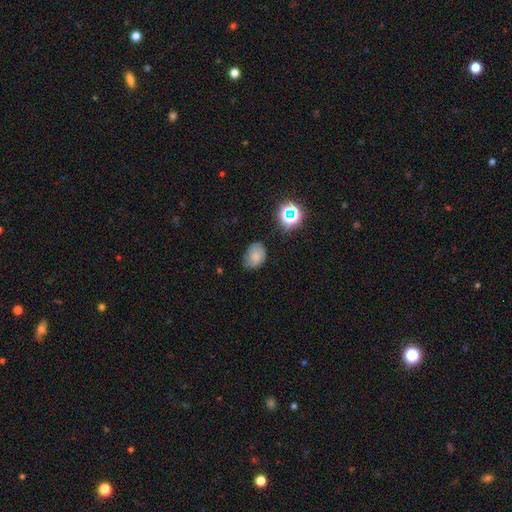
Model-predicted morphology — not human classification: A smooth galaxy with no disk features (69%) that is in between round and cigar-shaped (62%). Merging: none (64%).